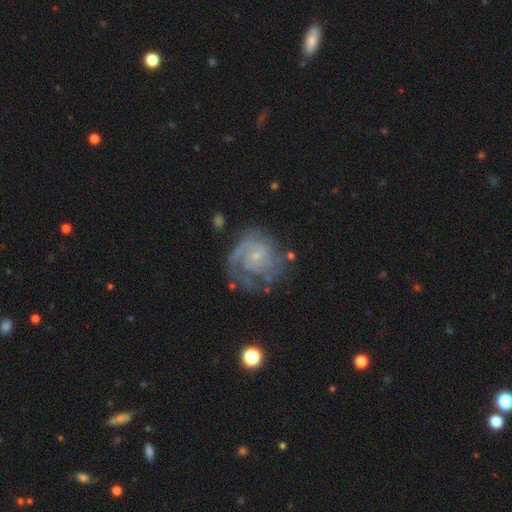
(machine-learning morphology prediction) Smooth or featured?
  - featured or disk: 82% *
  - smooth: 11%
  - star or artifact: 6%
Edge-on disk?
  - no: 98% *
  - yes: 2%
Bar?
  - no: 68% *
  - weak: 28%
  - strong: 4%
Spiral arms?
  - yes: 93% *
  - no: 7%
Spiral winding?
  - tight: 53% *
  - medium: 35%
  - loose: 12%
Spiral arm count?
  - 2: 32% *
  - can't tell: 27%
  - 1: 18%
  - 3: 14%
  - 4: 5%
  - more than 4: 4%
Bulge size?
  - small: 80% *
  - moderate: 11%
  - none: 7%
  - large: 1%
  - dominant: 1%
Merging?
  - none: 60% *
  - minor disturbance: 20%
  - major disturbance: 18%
  - merger: 3%